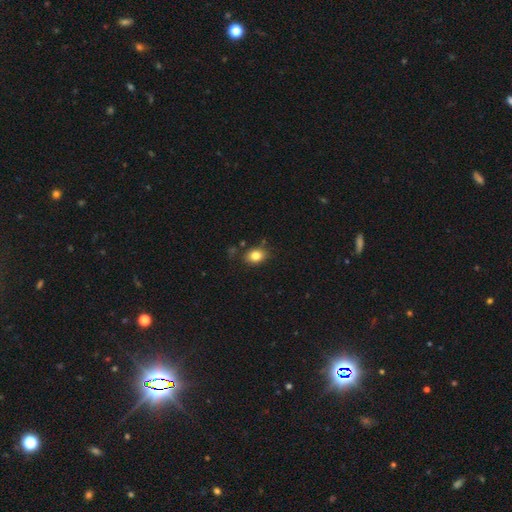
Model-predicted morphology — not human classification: Q: Smooth or featured?
A: smooth (82%); runner-up: star or artifact (10%)
Q: How rounded?
A: in between (61%); runner-up: round (38%)
Q: Merging?
A: none (81%); runner-up: minor disturbance (13%)